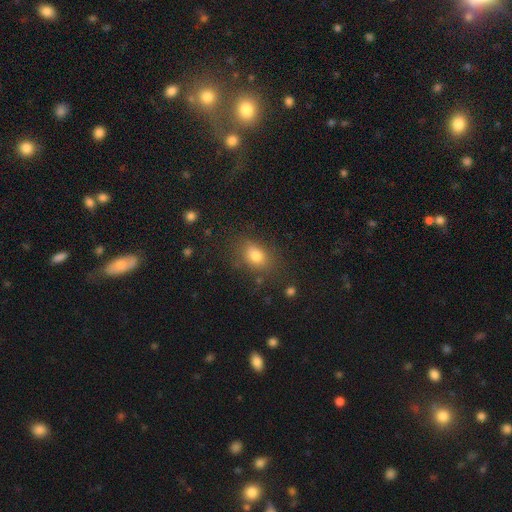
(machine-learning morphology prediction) A smooth galaxy with no disk features (78%) that is in between round and cigar-shaped (66%). Merging: none (74%).